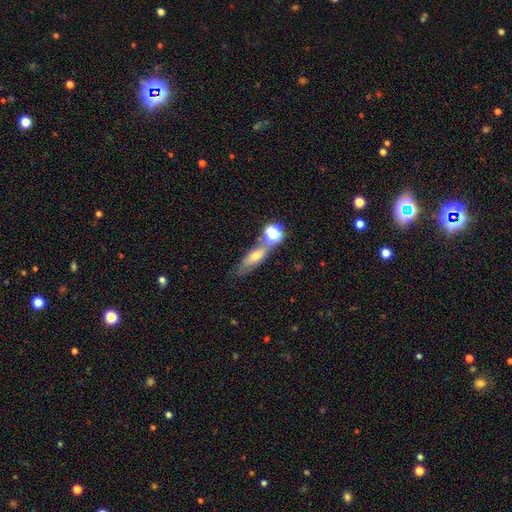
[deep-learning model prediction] smooth_or_featured: smooth (p=0.54) [alt: featured or disk p=0.31]
how_rounded: in between (p=0.52) [alt: cigar-shaped p=0.36]
merging: none (p=0.51) [alt: merger p=0.22]